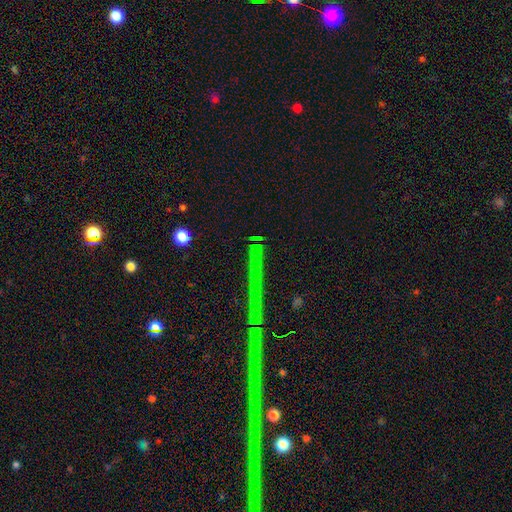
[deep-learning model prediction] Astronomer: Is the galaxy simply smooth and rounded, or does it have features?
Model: star or artifact — 77%.